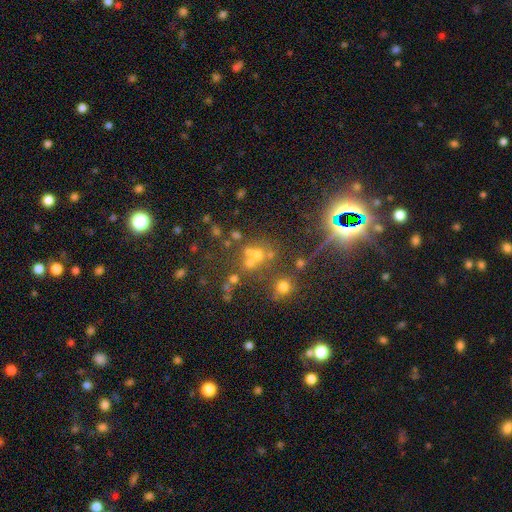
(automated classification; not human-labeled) smooth_or_featured: star or artifact (p=0.43) [alt: smooth p=0.38]